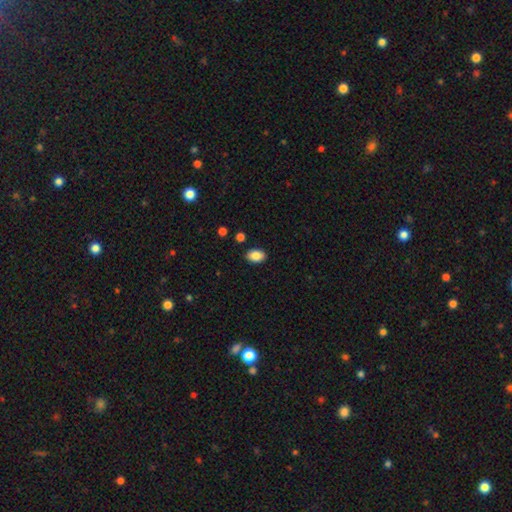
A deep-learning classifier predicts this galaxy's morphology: A smooth galaxy with no disk features (86%) that is in between round and cigar-shaped (85%). Merging: none (88%).